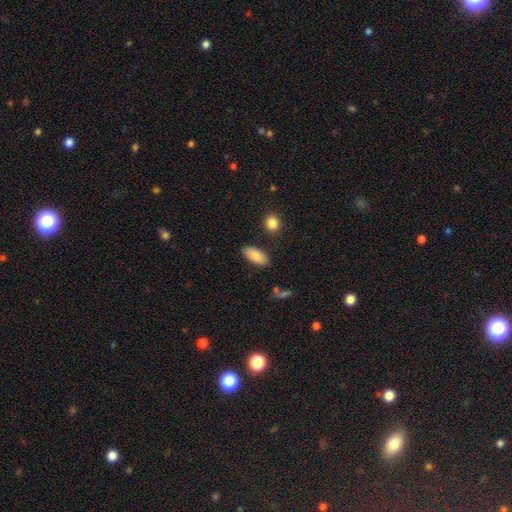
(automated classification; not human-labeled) smooth_or_featured: smooth (p=0.84) [alt: featured or disk p=0.09]
how_rounded: in between (p=0.89) [alt: cigar-shaped p=0.08]
merging: none (p=0.84) [alt: minor disturbance p=0.10]